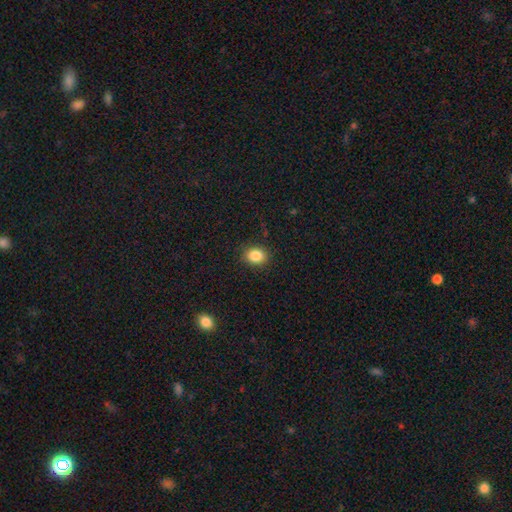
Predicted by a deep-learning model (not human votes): The model was most divided on "how rounded": round: 52%, in between: 47%, cigar-shaped: 1%. More confident: merging — none (87%); smooth or featured — smooth (85%).